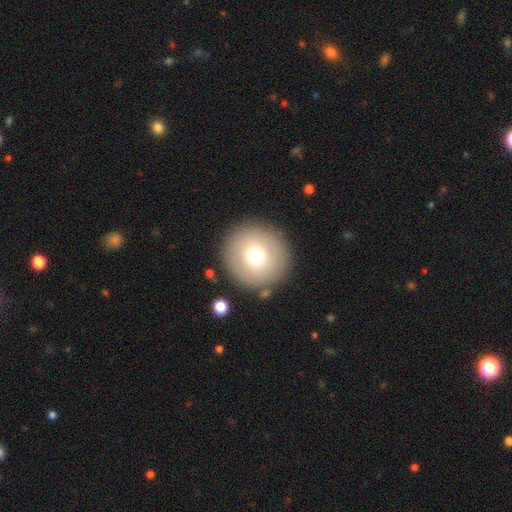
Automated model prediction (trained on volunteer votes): Smooth or featured: smooth — 72% (featured or disk — 16%)
How rounded: round — 96% (in between — 3%)
Merging: none — 87% (minor disturbance — 7%)